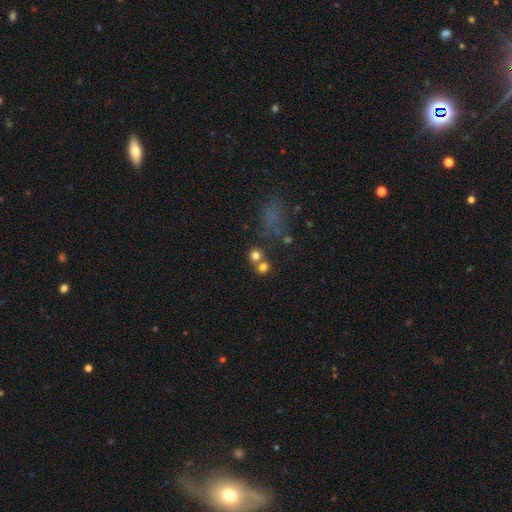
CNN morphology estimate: This appears to be a smooth galaxy with no disk features (75%) that is round (86%). Merging: none (54%).